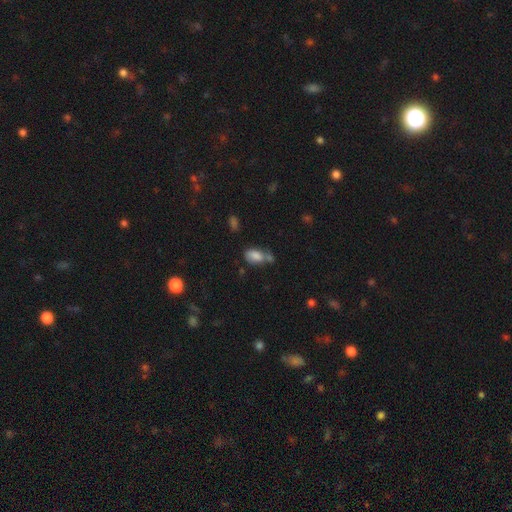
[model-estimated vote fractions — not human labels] Morphology: type=smooth (79%); roundness=in between (90%); merging=none (39%).